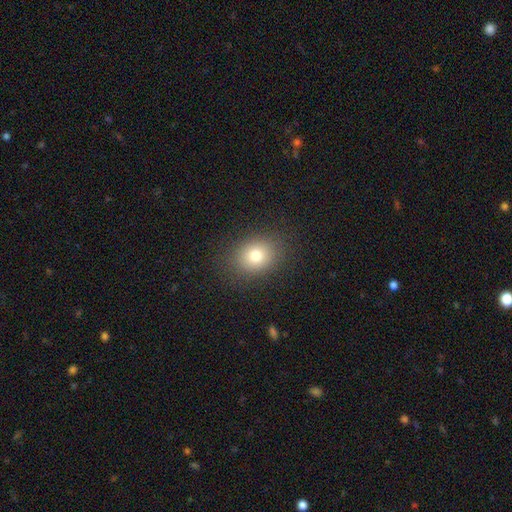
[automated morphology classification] smooth 78%, star or artifact 13%, featured or disk 9%. Down the decision tree: how rounded — round (56%); merging — none (87%).